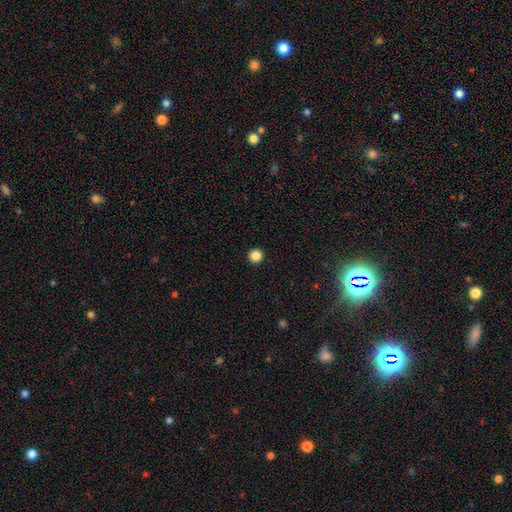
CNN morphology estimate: A smooth galaxy with no disk features (86%) that is round (96%). Merging: none (94%).